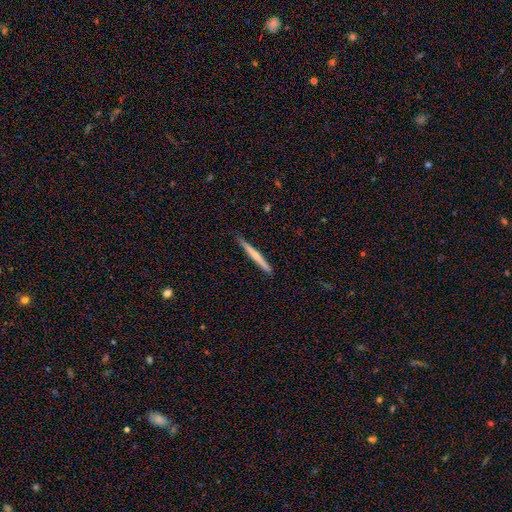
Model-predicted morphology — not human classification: Smooth or featured?
  - smooth: 55% *
  - featured or disk: 39%
  - star or artifact: 5%
How rounded?
  - cigar-shaped: 97% *
  - in between: 2%
  - round: 1%
Merging?
  - none: 89% *
  - minor disturbance: 8%
  - major disturbance: 1%
  - merger: 1%